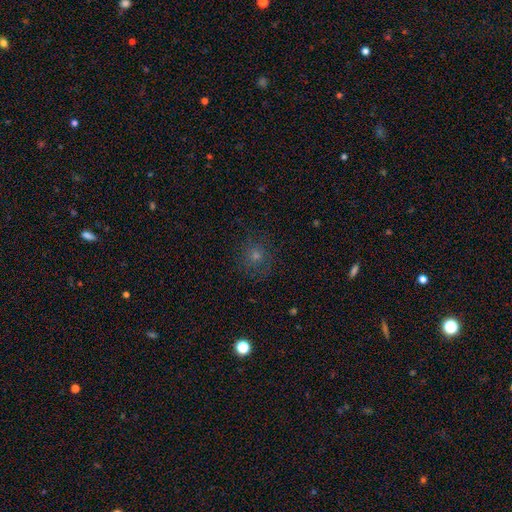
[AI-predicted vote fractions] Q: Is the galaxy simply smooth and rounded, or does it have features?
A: smooth — 68%.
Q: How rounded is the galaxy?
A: round — 88%.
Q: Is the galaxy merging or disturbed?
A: none — 80%.